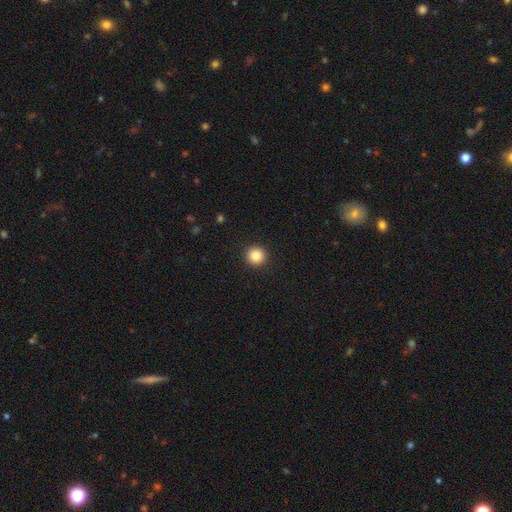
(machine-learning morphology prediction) smooth_or_featured: smooth (p=0.85) [alt: star or artifact p=0.10]
how_rounded: round (p=0.95) [alt: in between p=0.04]
merging: none (p=0.93) [alt: minor disturbance p=0.04]